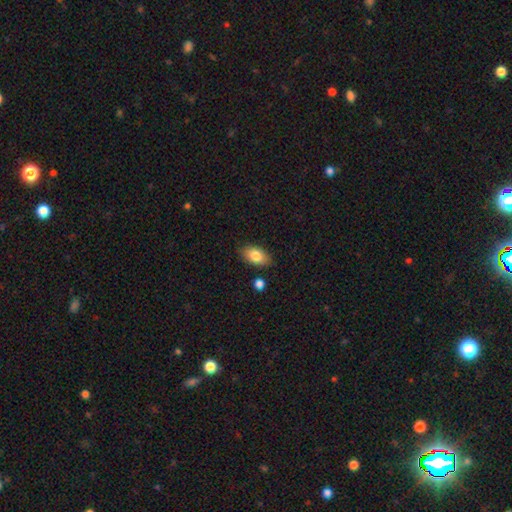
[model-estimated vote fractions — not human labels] smooth_or_featured: smooth (p=0.83) [alt: featured or disk p=0.10]
how_rounded: in between (p=0.92) [alt: round p=0.06]
merging: none (p=0.85) [alt: minor disturbance p=0.10]